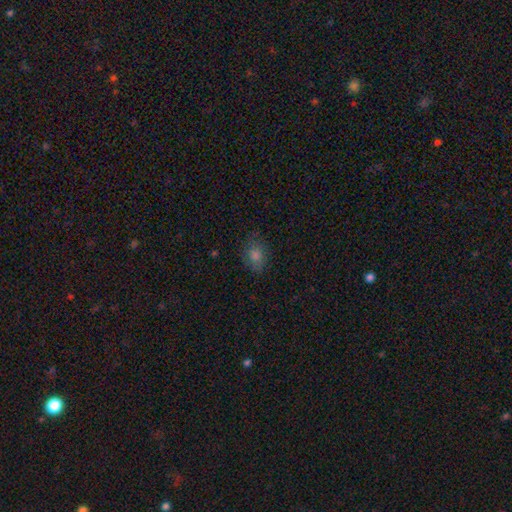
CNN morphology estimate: The model was most divided on "how rounded": in between: 57%, round: 41%, cigar-shaped: 1%. More confident: merging — none (79%); smooth or featured — smooth (75%).